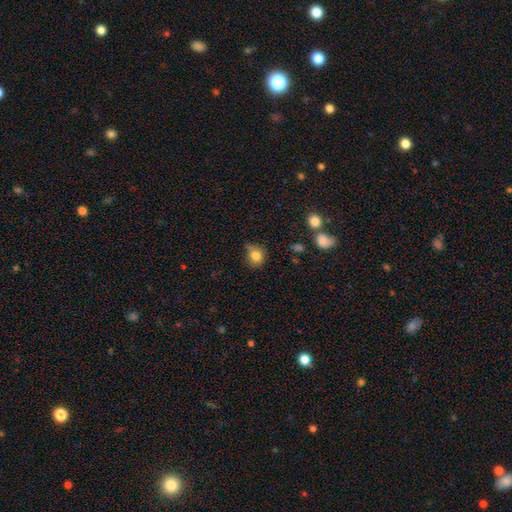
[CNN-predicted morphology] type=smooth (82%); roundness=round (75%); merging=none (65%).